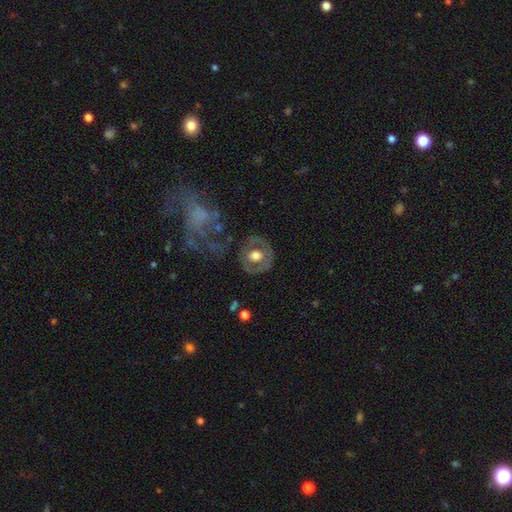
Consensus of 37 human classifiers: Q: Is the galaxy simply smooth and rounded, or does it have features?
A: featured or disk — 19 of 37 (51%).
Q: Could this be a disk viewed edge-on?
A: no — 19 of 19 (100%).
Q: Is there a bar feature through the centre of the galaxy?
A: no — 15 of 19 (79%).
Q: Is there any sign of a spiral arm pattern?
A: no — 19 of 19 (100%).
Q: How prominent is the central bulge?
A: moderate — 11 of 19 (58%).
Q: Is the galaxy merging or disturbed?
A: none — 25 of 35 (71%).